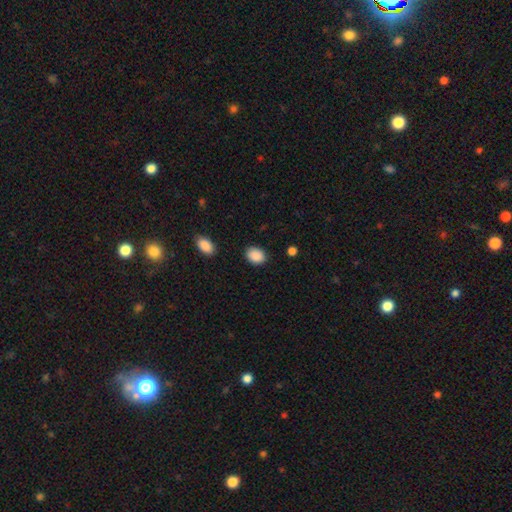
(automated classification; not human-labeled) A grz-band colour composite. It shows a smooth galaxy with no disk features (90%) that is in between round and cigar-shaped (69%). Merging: none (86%).